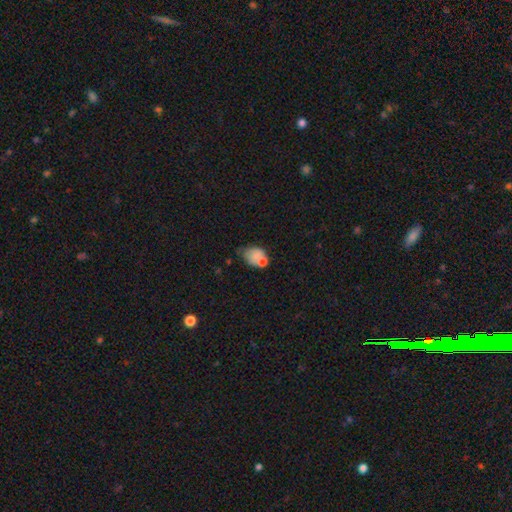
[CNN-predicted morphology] This appears to be a smooth galaxy with no disk features (72%) that is in between round and cigar-shaped (69%). Merging: none (35%).